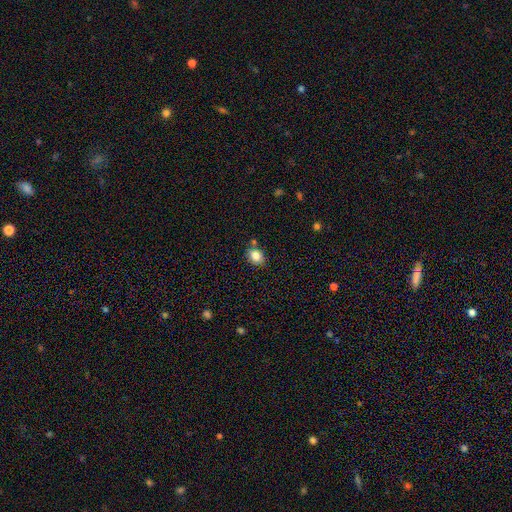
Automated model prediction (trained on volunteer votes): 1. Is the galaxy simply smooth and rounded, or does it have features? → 83% smooth, 10% star or artifact, 7% featured or disk.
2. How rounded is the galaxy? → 51% in between, 48% round, 1% cigar-shaped.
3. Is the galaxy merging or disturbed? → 76% none, 13% minor disturbance, 8% merger, 3% major disturbance.